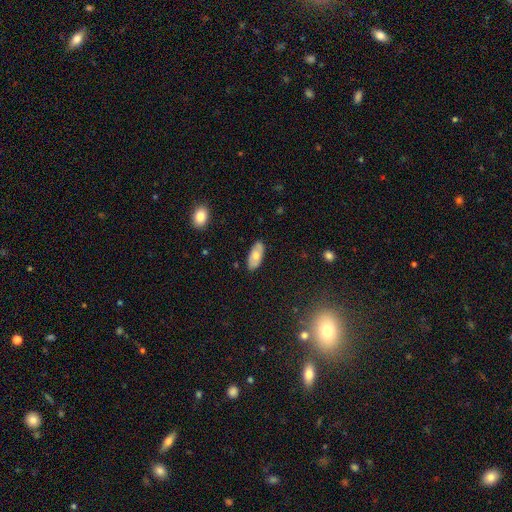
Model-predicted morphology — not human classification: smooth-or-featured: smooth: 68% | featured or disk: 26% | star or artifact: 6%
  how-rounded: in between: 89% | cigar-shaped: 9% | round: 2%
  merging: none: 85% | minor disturbance: 11% | major disturbance: 2% | merger: 1%